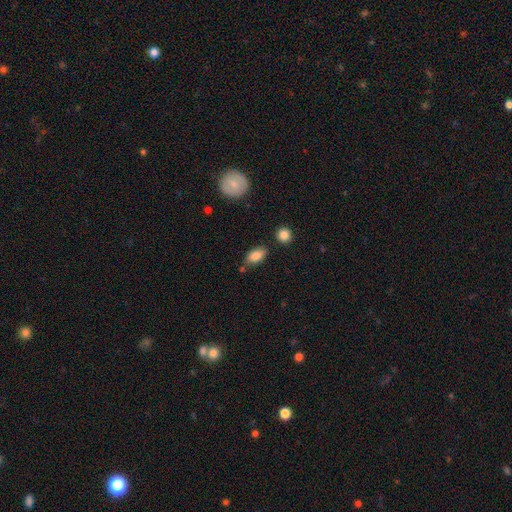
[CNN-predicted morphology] This is clearly a smooth galaxy (84%). How rounded: clearly in between (90%). Merging: likely none (75%).